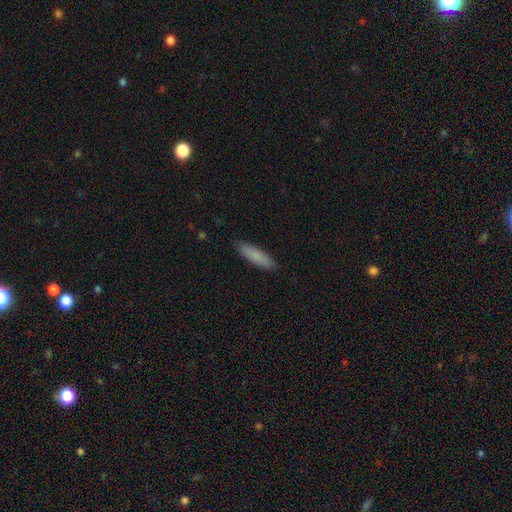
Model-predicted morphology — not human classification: smooth 85%, featured or disk 9%, star or artifact 6%. Down the decision tree: how rounded — cigar-shaped (69%); merging — none (88%).